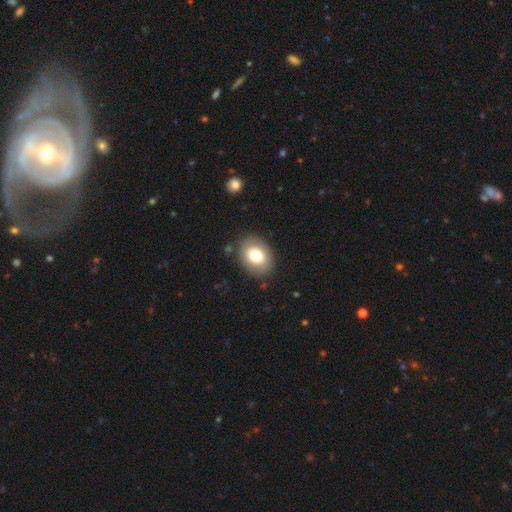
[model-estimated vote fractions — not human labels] This is likely a smooth galaxy (68%). How rounded: likely in between (60%). Merging: clearly none (82%).